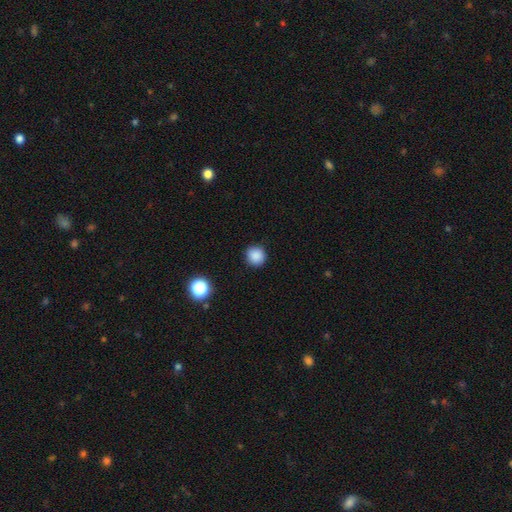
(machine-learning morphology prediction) smooth-or-featured: smooth: 86% | star or artifact: 11% | featured or disk: 3%
  how-rounded: round: 93% | in between: 6% | cigar-shaped: 1%
  merging: none: 91% | minor disturbance: 6% | major disturbance: 2% | merger: 1%